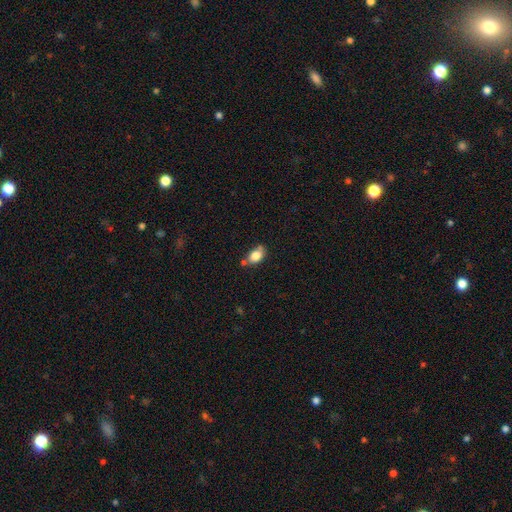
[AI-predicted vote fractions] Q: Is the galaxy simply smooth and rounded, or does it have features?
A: smooth — 81%.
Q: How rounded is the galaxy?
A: in between — 82%.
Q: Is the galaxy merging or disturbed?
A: none — 56%.